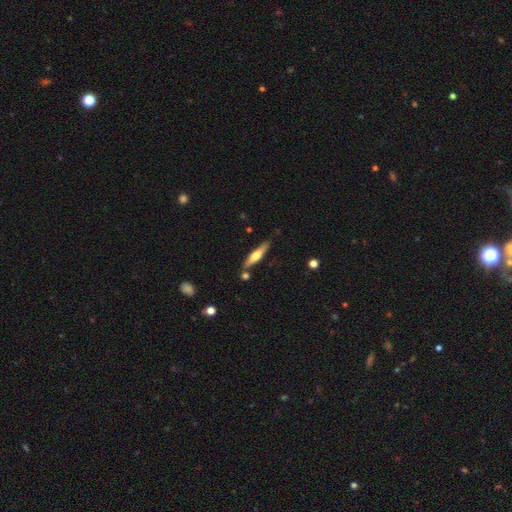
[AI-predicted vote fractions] Overall: featured or disk (51%; smooth 43%). Edge-on disk: yes (93%). Merging: none (79%).